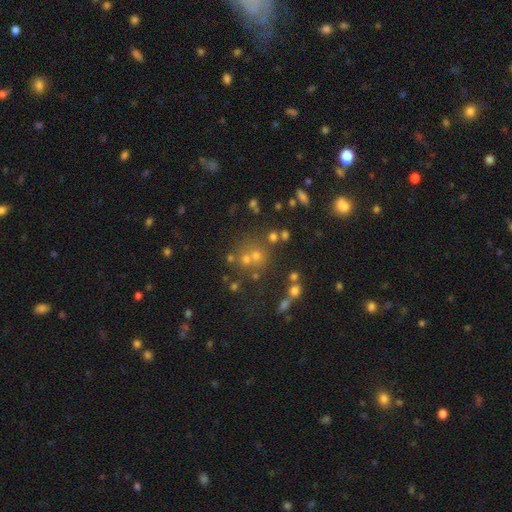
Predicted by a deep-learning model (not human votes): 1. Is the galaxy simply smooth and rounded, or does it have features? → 44% star or artifact, 41% smooth, 15% featured or disk.